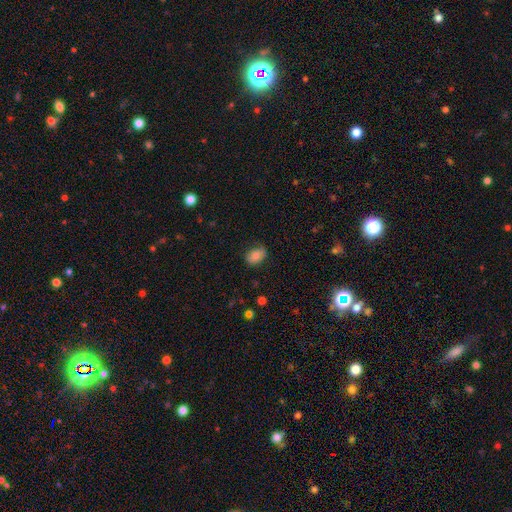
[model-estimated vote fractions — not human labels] A smooth galaxy with no disk features (80%) that is in between round and cigar-shaped (75%).

Vote fractions:
- Smooth or featured? smooth: 80% / featured or disk: 11% / star or artifact: 9%
- How rounded? in between: 75% / round: 23% / cigar-shaped: 1%
- Merging? none: 79% / minor disturbance: 17% / major disturbance: 3% / merger: 1%